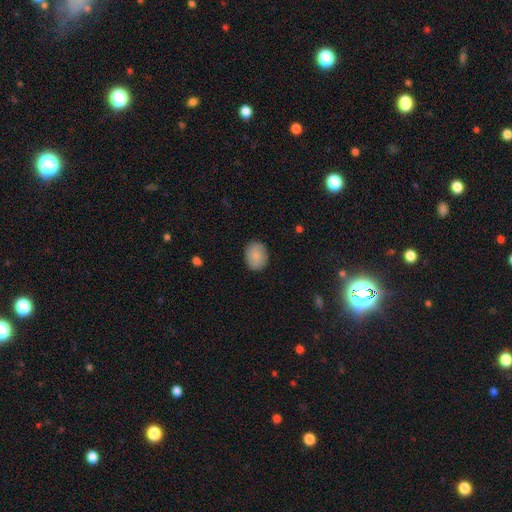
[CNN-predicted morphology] This is clearly a smooth galaxy (85%). How rounded: possibly in between (54%). Merging: clearly none (87%).